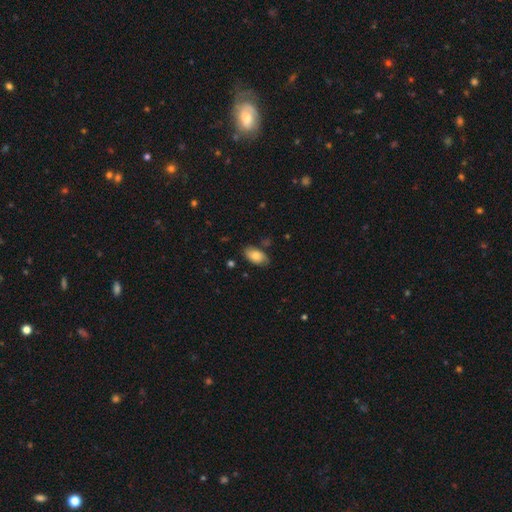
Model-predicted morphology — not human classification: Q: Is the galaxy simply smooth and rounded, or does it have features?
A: smooth — 71%.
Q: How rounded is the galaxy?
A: in between — 93%.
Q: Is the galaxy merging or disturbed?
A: none — 73%.